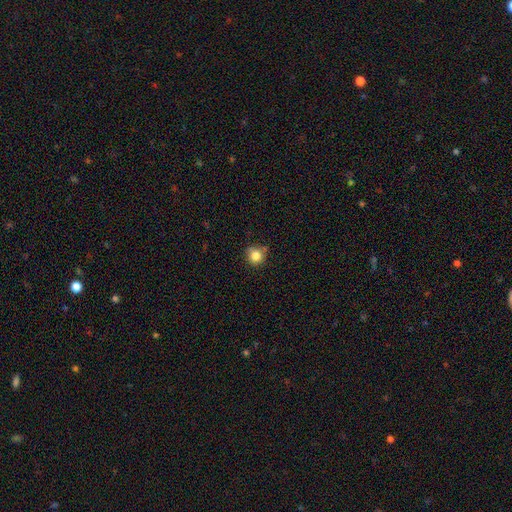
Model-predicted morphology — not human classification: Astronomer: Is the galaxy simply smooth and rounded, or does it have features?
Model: smooth — 83%.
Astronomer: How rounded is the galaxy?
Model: round — 89%.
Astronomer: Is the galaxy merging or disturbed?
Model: none — 71%.